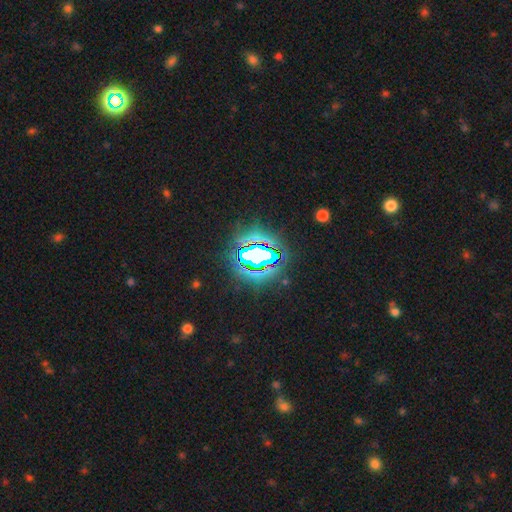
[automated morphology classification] star or artifact 77%, smooth 12%, featured or disk 10%.